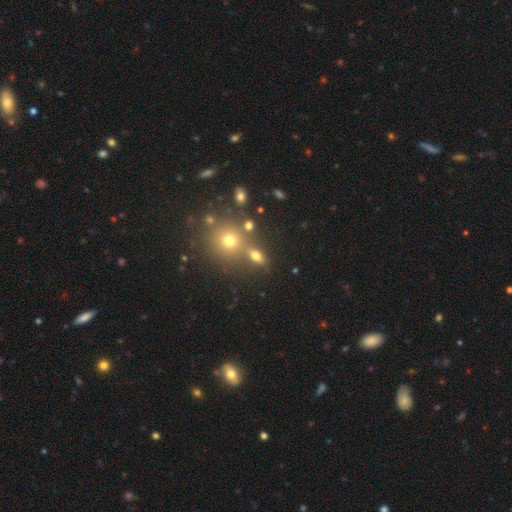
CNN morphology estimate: Smooth or featured: smooth — 68% (star or artifact — 19%)
How rounded: in between — 64% (round — 29%)
Merging: none — 61% (merger — 22%)